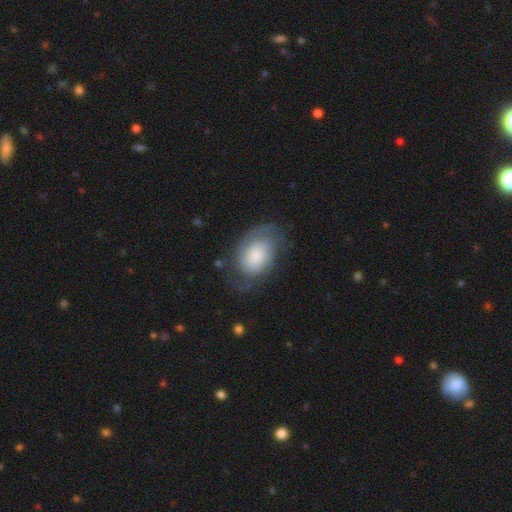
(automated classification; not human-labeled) Smooth or featured?
  - featured or disk: 49% *
  - smooth: 43%
  - star or artifact: 7%
Merging?
  - none: 57% *
  - minor disturbance: 25%
  - major disturbance: 17%
  - merger: 2%